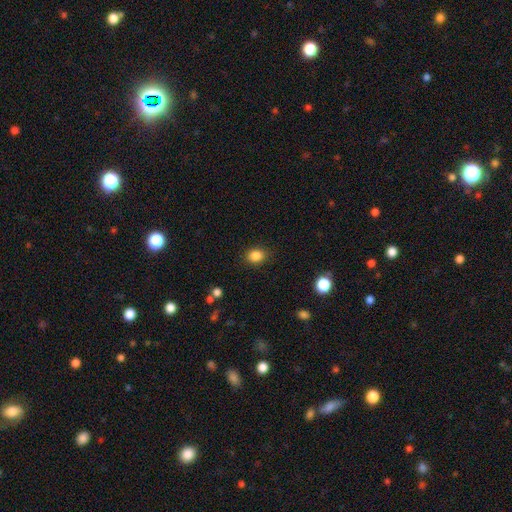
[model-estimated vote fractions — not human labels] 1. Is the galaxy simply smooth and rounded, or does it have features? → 86% smooth, 10% star or artifact, 4% featured or disk.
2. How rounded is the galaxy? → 59% round, 40% in between, 1% cigar-shaped.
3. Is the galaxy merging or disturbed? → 87% none, 9% minor disturbance, 3% major disturbance, 1% merger.